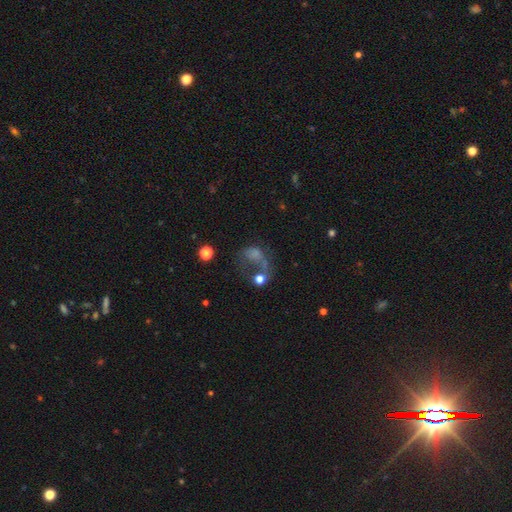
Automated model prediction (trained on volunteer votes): smooth_or_featured: smooth (p=0.45) [alt: featured or disk p=0.34]
merging: major disturbance (p=0.46) [alt: none p=0.22]